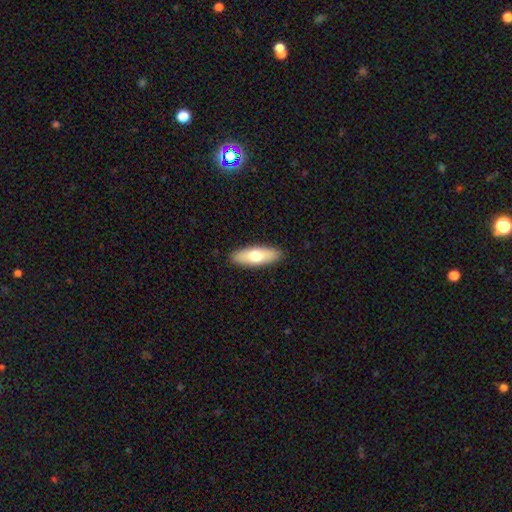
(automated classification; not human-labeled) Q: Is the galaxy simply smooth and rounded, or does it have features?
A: smooth — 67%.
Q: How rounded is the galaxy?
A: in between — 58%.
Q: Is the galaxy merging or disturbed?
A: none — 90%.